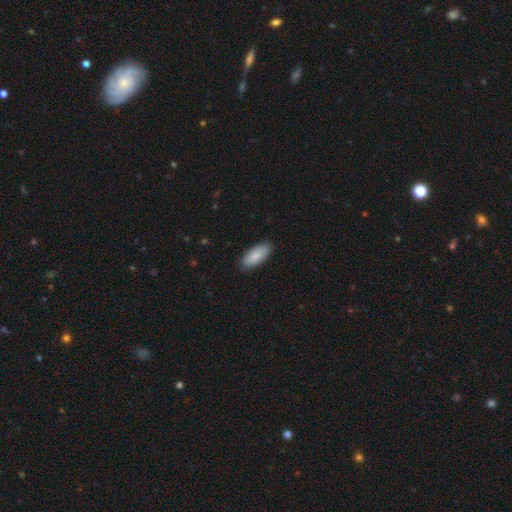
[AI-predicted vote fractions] Smooth or featured?
  - smooth: 89% *
  - featured or disk: 6%
  - star or artifact: 5%
How rounded?
  - in between: 84% *
  - cigar-shaped: 15%
  - round: 2%
Merging?
  - none: 87% *
  - minor disturbance: 10%
  - major disturbance: 2%
  - merger: 1%